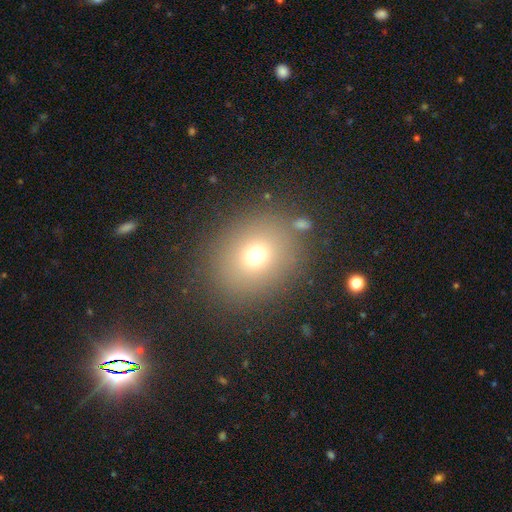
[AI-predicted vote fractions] smooth 71%, star or artifact 18%, featured or disk 12%. Down the decision tree: how rounded — round (75%); merging — none (83%).